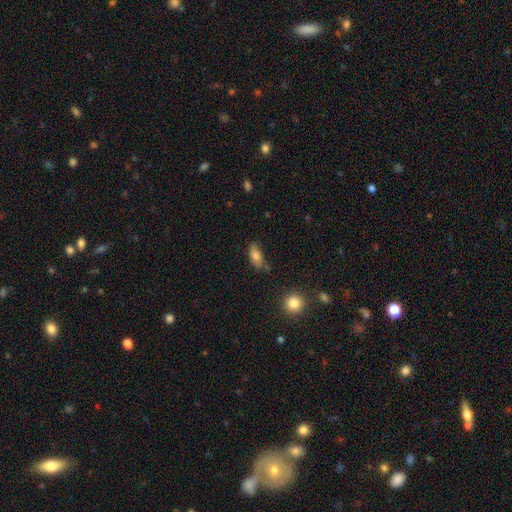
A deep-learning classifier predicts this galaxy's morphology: The model was most divided on "merging": none: 60%, minor disturbance: 28%, major disturbance: 7%, merger: 6%. More confident: how rounded — in between (85%); smooth or featured — smooth (77%).